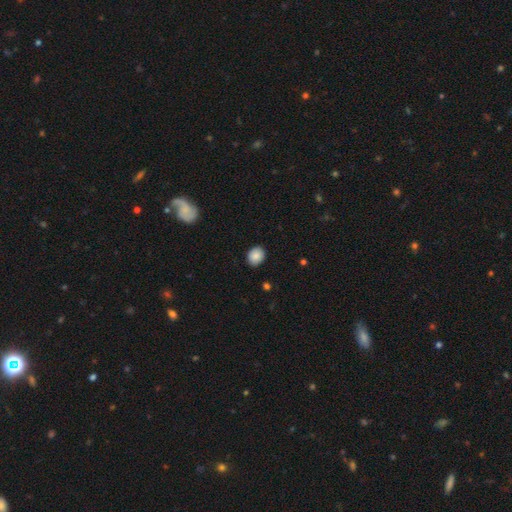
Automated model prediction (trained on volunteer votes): Smooth or featured: smooth — 88% (star or artifact — 8%)
How rounded: round — 64% (in between — 35%)
Merging: none — 88% (minor disturbance — 9%)